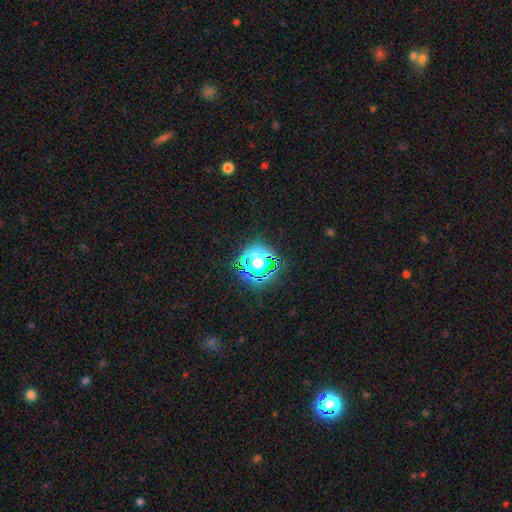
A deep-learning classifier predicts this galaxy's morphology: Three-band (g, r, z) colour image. It shows a star or artifact, not a galaxy (62%).